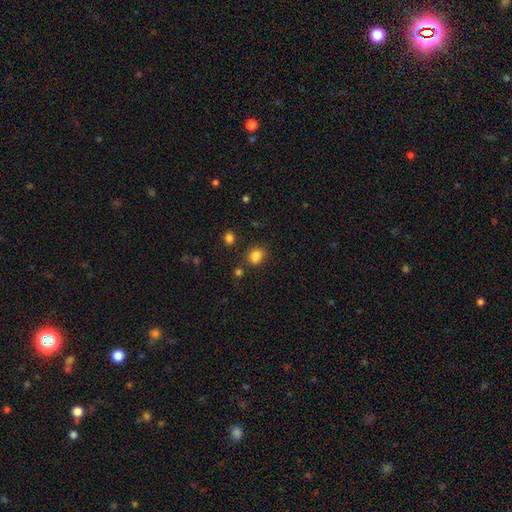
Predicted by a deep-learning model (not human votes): Morphology: type=smooth (81%); roundness=in between (51%); merging=none (65%).